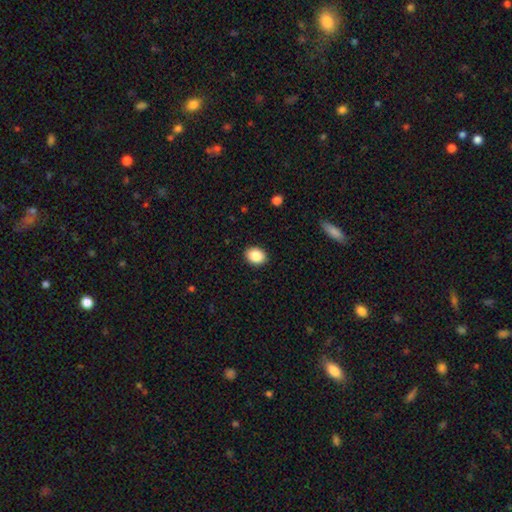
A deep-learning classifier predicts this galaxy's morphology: Overall: smooth (87%). How rounded: in between (54%; round 45%). Merging: none (91%).